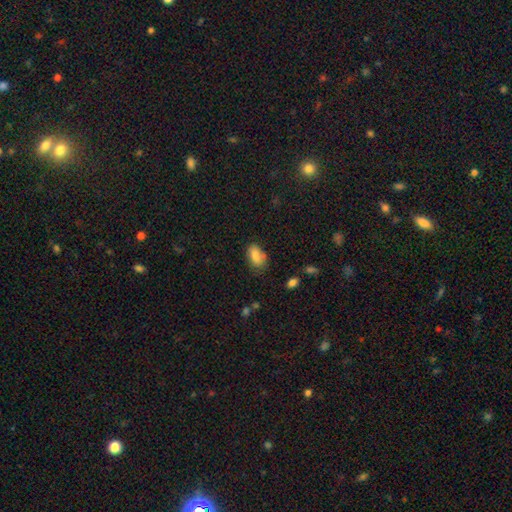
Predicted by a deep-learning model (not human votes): Smooth or featured? Predicted: smooth (p=0.84). How rounded? Predicted: in between (p=0.90). Merging? Predicted: none (p=0.66).